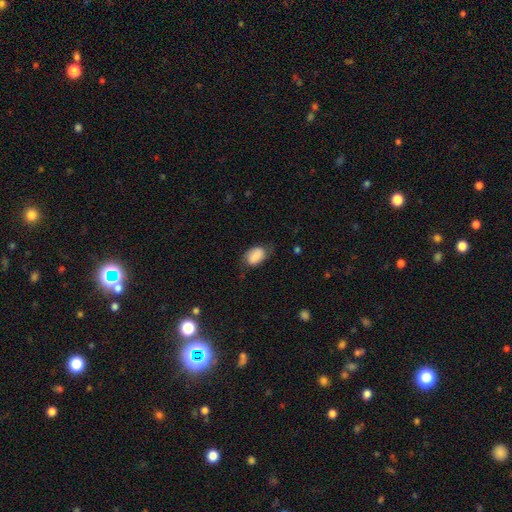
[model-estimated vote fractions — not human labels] A smooth galaxy with no disk features (81%) that is in between round and cigar-shaped (86%).

Vote fractions:
- Smooth or featured? smooth: 81% / featured or disk: 12% / star or artifact: 7%
- How rounded? in between: 86% / round: 13% / cigar-shaped: 1%
- Merging? none: 62% / minor disturbance: 28% / major disturbance: 8% / merger: 1%